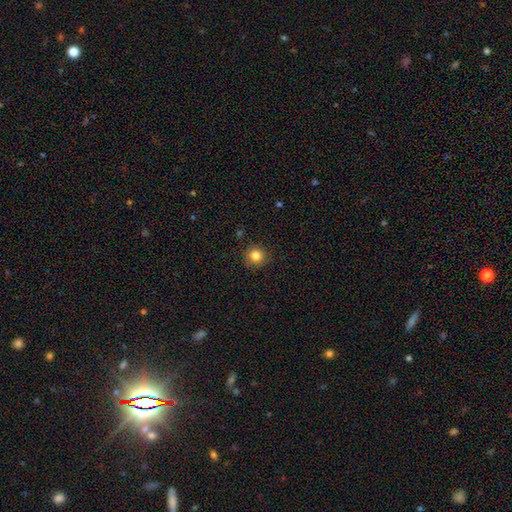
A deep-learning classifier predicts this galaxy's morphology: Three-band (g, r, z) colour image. It shows a smooth galaxy with no disk features (83%) that is round (93%). Merging: none (88%).